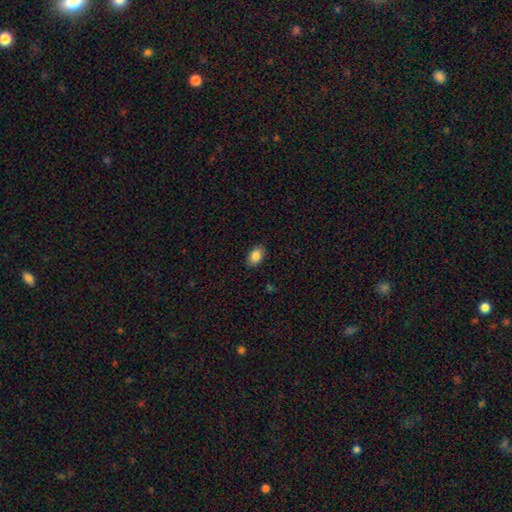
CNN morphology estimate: Overall: smooth (86%). How rounded: in between (86%). Merging: none (87%).